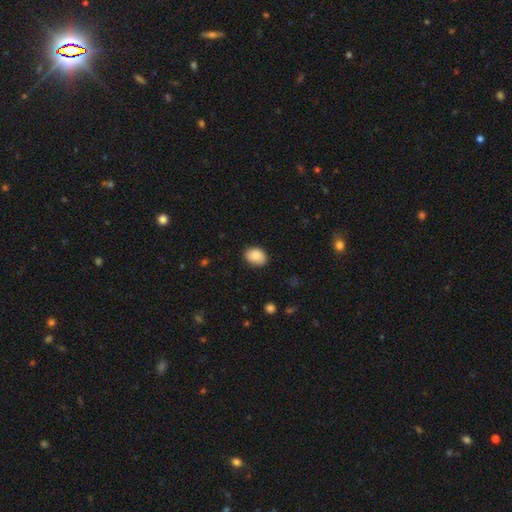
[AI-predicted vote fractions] Q: Smooth or featured?
A: smooth (87%); runner-up: star or artifact (7%)
Q: How rounded?
A: in between (73%); runner-up: round (26%)
Q: Merging?
A: none (84%); runner-up: minor disturbance (12%)